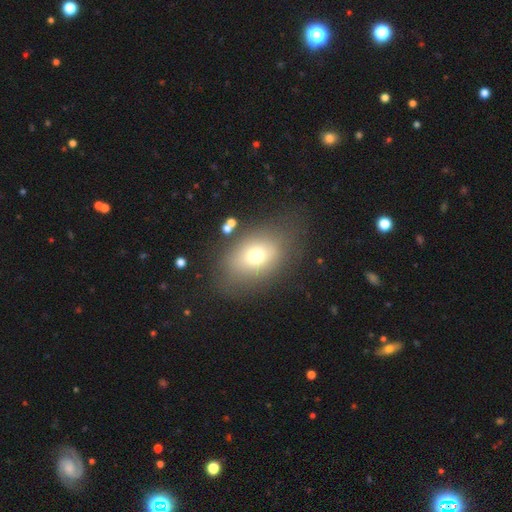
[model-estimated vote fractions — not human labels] Morphology: type=smooth (69%); roundness=in between (75%); merging=none (70%).